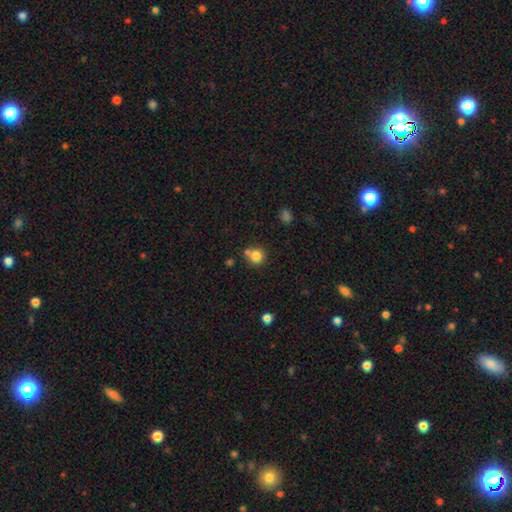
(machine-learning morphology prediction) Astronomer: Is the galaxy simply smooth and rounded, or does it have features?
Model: smooth — 81%.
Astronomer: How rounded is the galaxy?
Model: round — 92%.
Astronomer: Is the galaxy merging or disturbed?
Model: none — 66%.